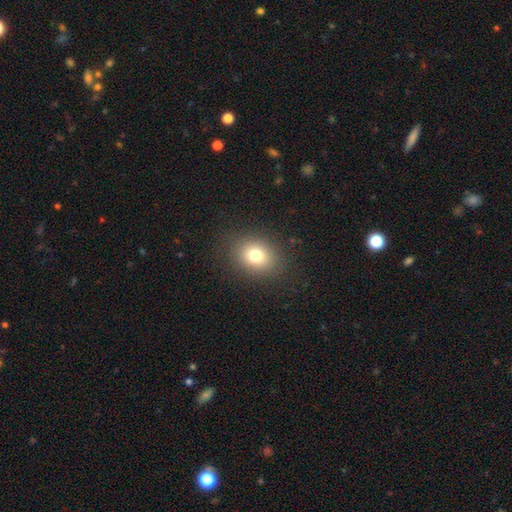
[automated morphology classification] This appears to be a smooth galaxy with no disk features (76%) that is round (52%). Merging: none (86%).